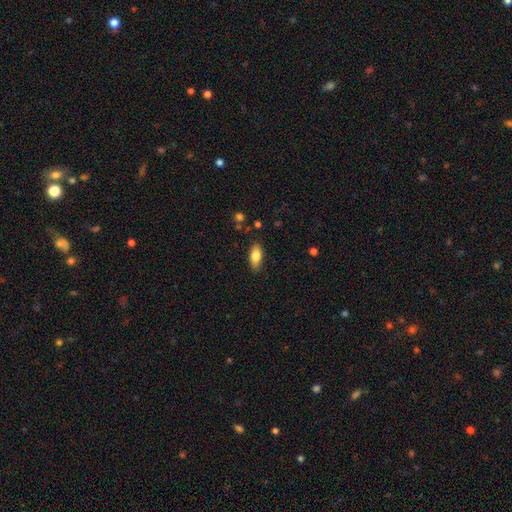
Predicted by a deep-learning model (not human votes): This appears to be a smooth galaxy with no disk features (82%) that is in between round and cigar-shaped (87%). Merging: none (84%).